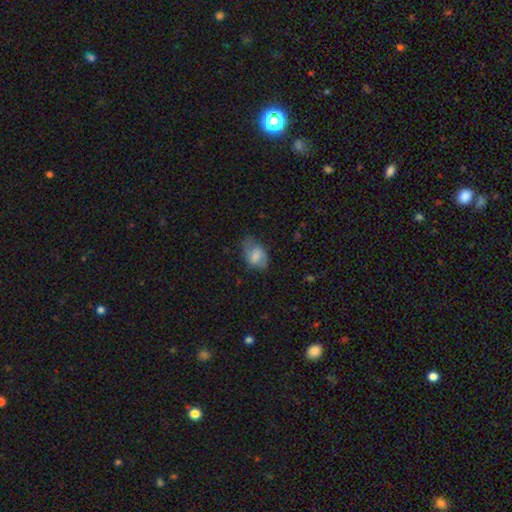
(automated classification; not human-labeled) This appears to be a smooth galaxy with no disk features (61%) that is in between round and cigar-shaped (82%). Merging: none (56%).